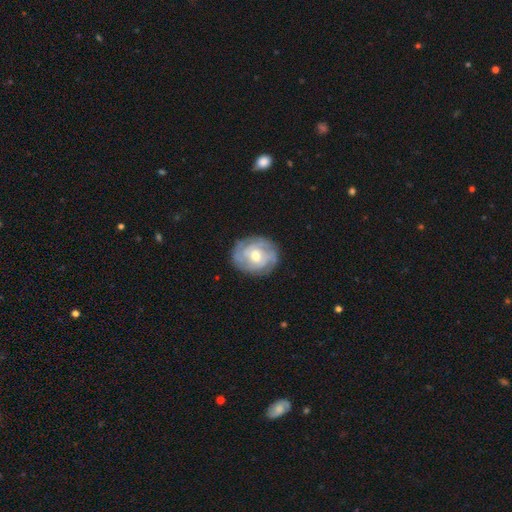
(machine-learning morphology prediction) smooth-or-featured: featured or disk: 79% | smooth: 16% | star or artifact: 5%
  disk-edge-on: no: 97% | yes: 3%
    bar: no: 65% | weak: 30% | strong: 6%
    has-spiral-arms: yes: 92% | no: 8%
      spiral-winding: tight: 69% | medium: 25% | loose: 6%
      spiral-arm-count: can't tell: 35% | 3: 24% | 2: 16% | 4: 13% | more than 4: 6% | 1: 6%
    bulge-size: moderate: 66% | small: 27% | large: 5% | none: 1% | dominant: 1%
  merging: none: 80% | minor disturbance: 14% | major disturbance: 5% | merger: 1%